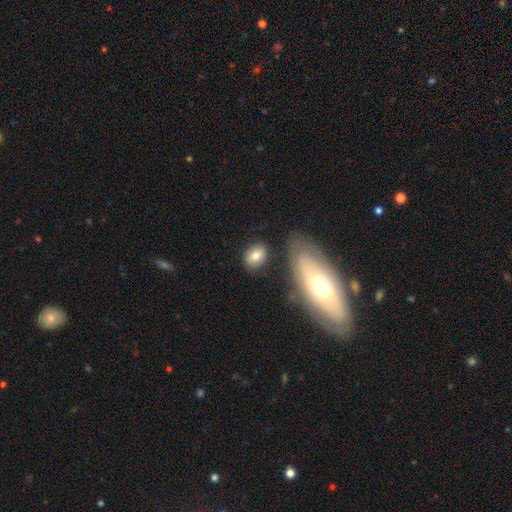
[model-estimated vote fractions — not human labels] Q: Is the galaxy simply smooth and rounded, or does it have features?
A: smooth — 78%.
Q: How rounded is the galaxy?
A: in between — 68%.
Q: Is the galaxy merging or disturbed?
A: none — 78%.